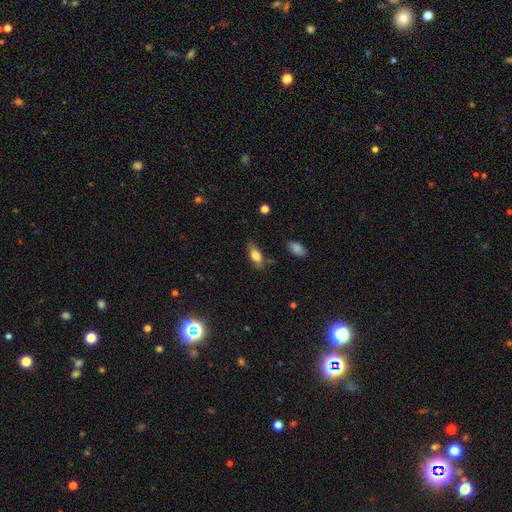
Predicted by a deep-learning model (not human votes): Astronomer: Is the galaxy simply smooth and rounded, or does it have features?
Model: smooth — 75%.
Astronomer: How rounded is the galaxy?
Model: in between — 81%.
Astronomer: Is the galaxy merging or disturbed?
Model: none — 68%.